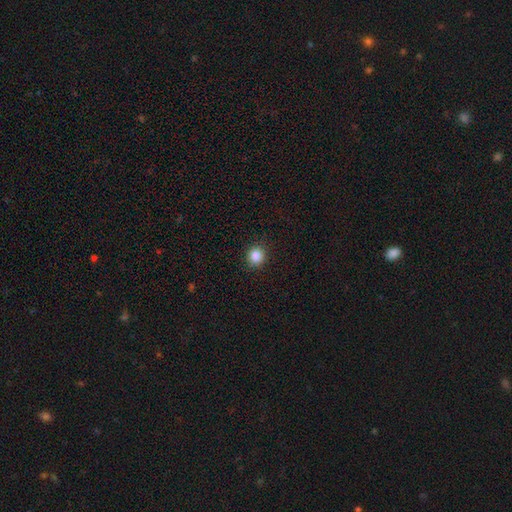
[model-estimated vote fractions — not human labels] A smooth galaxy with no disk features (85%) that is round (86%).

Vote fractions:
- Smooth or featured? smooth: 85% / star or artifact: 11% / featured or disk: 4%
- How rounded? round: 86% / in between: 13% / cigar-shaped: 1%
- Merging? none: 90% / minor disturbance: 7% / major disturbance: 2% / merger: 1%